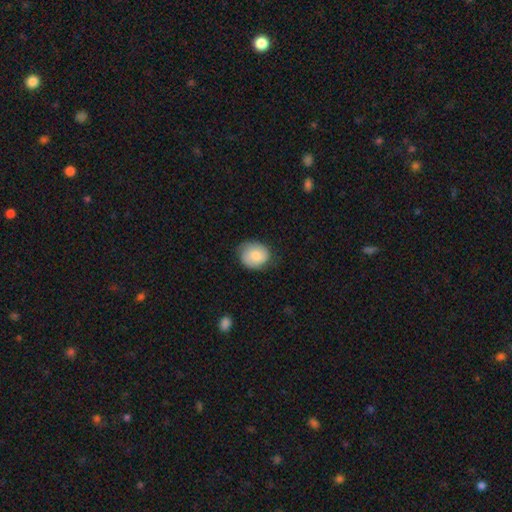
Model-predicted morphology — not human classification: smooth 79%, featured or disk 14%, star or artifact 7%. Down the decision tree: how rounded — round (63%); merging — none (70%).